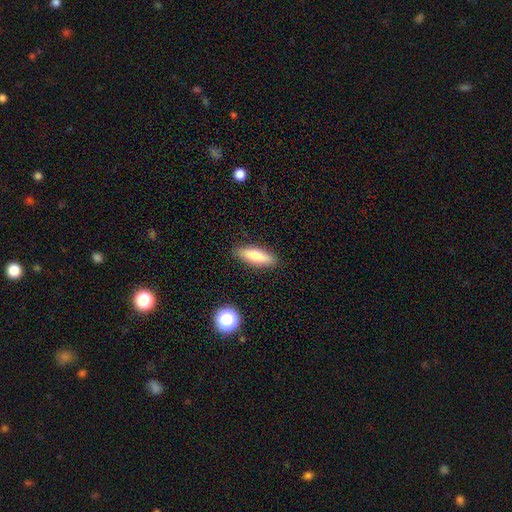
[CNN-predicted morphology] type=smooth (74%); roundness=cigar-shaped (53%); merging=none (88%).